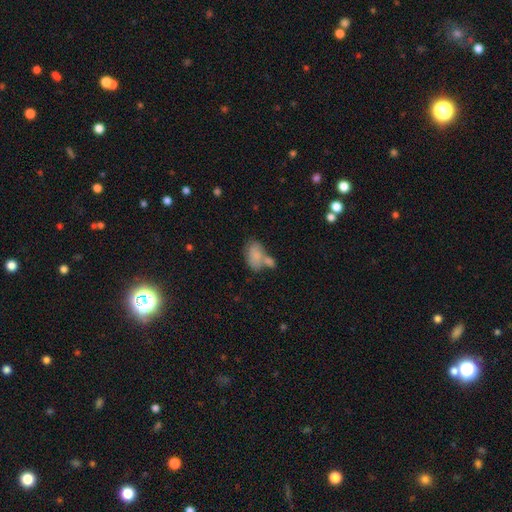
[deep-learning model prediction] smooth_or_featured: smooth (p=0.79) [alt: featured or disk p=0.14]
how_rounded: in between (p=0.89) [alt: round p=0.09]
merging: merger (p=0.46) [alt: none p=0.30]